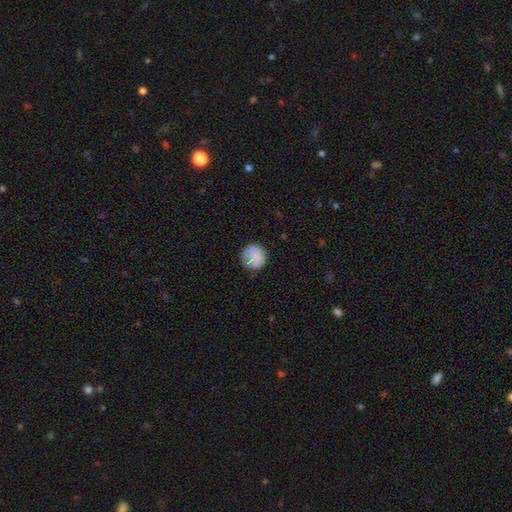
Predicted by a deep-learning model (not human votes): A smooth galaxy with no disk features (84%) that is round (93%).

Vote fractions:
- Smooth or featured? smooth: 84% / featured or disk: 8% / star or artifact: 8%
- How rounded? round: 93% / in between: 6% / cigar-shaped: 1%
- Merging? none: 79% / minor disturbance: 15% / major disturbance: 4% / merger: 1%